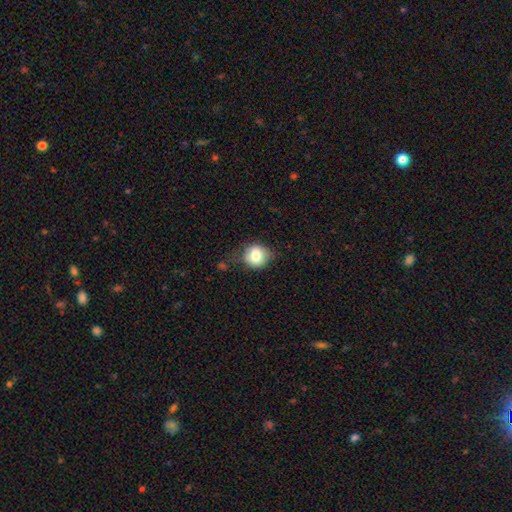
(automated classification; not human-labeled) smooth_or_featured: smooth (p=0.76) [alt: featured or disk p=0.15]
how_rounded: round (p=0.73) [alt: in between p=0.26]
merging: none (p=0.61) [alt: minor disturbance p=0.27]